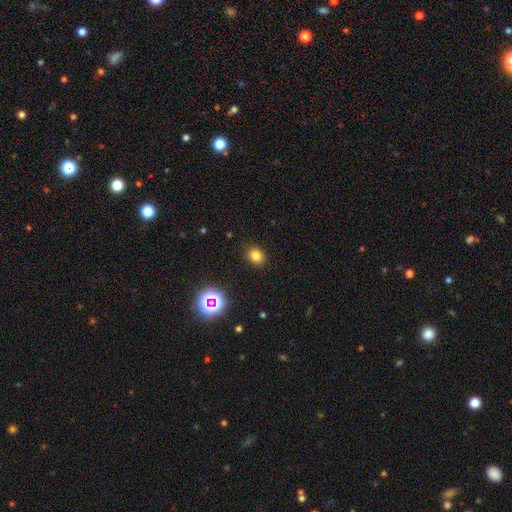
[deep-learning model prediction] Smooth or featured? smooth (78%)
How rounded? round (60%)
Merging? none (89%)